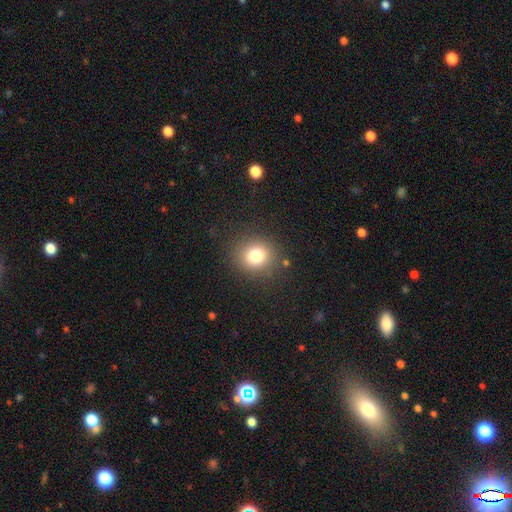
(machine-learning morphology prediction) Smooth or featured? Predicted: smooth (p=0.77). How rounded? Predicted: round (p=0.84). Merging? Predicted: none (p=0.87).